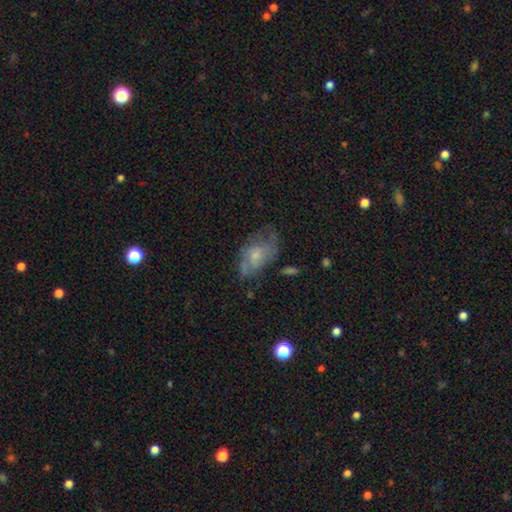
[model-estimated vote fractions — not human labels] A featured or disk galaxy (47%). Merging: none (45%).